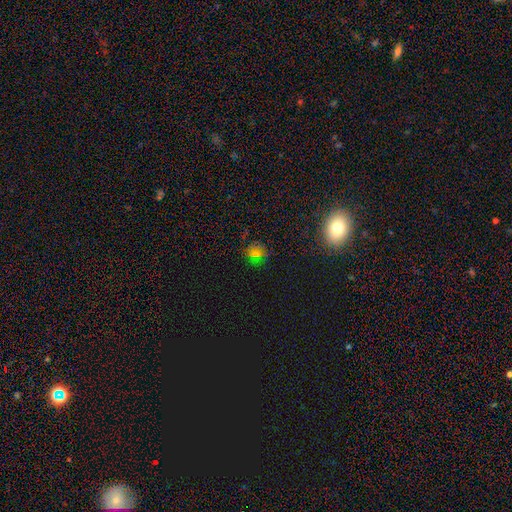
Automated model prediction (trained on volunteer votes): The model was most divided on "smooth or featured": smooth: 55%, star or artifact: 36%, featured or disk: 8%. More confident: how rounded — round (85%); merging — none (83%).